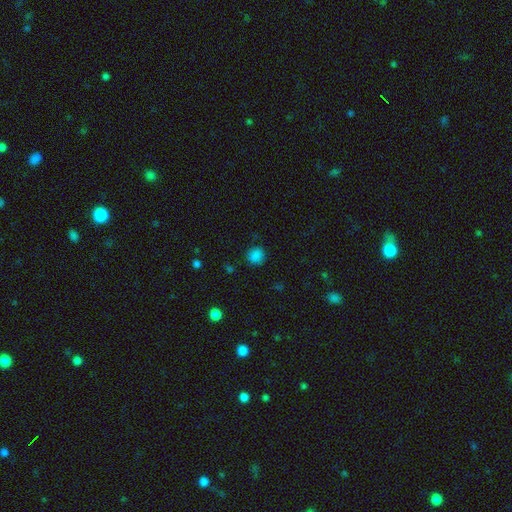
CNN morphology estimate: The model was most divided on "smooth or featured": smooth: 84%, star or artifact: 13%, featured or disk: 3%. More confident: how rounded — round (87%); merging — none (86%).